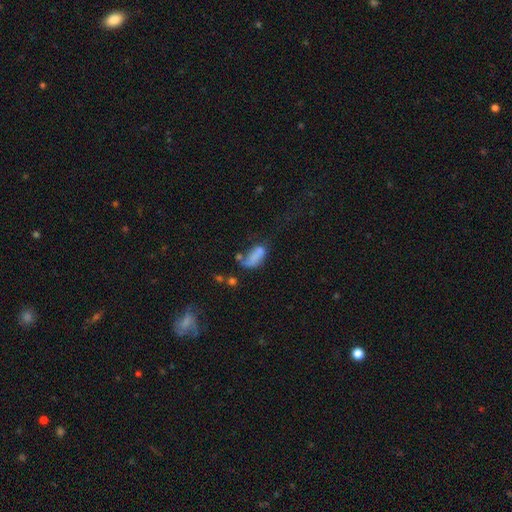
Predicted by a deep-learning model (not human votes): Q: Smooth or featured?
A: smooth (66%); runner-up: featured or disk (22%)
Q: How rounded?
A: in between (85%); runner-up: cigar-shaped (10%)
Q: Merging?
A: major disturbance (33%); runner-up: none (26%)